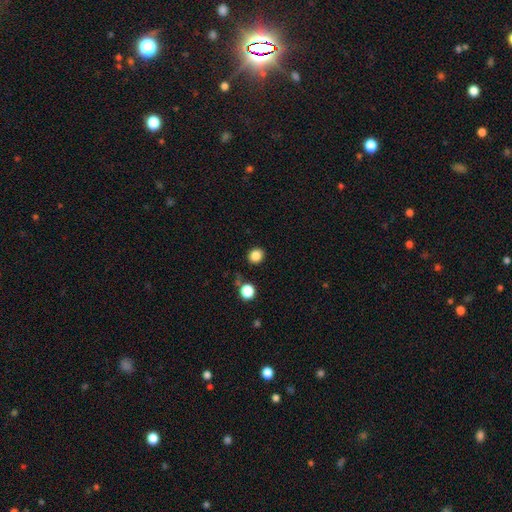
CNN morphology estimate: Smooth or featured: smooth — 85% (star or artifact — 11%)
How rounded: round — 79% (in between — 20%)
Merging: none — 86% (minor disturbance — 8%)